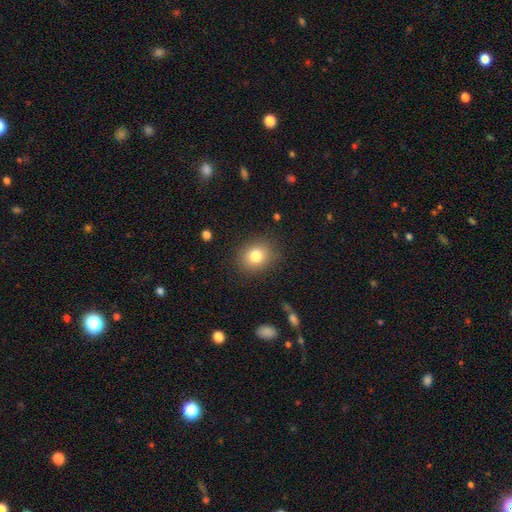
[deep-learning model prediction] A smooth galaxy with no disk features (81%) that is round (62%).

Vote fractions:
- Smooth or featured? smooth: 81% / star or artifact: 11% / featured or disk: 9%
- How rounded? round: 62% / in between: 37% / cigar-shaped: 1%
- Merging? none: 86% / minor disturbance: 9% / major disturbance: 3% / merger: 1%